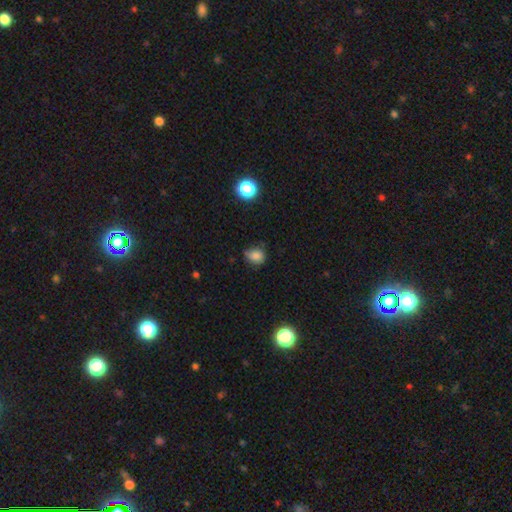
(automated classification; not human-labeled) Smooth or featured? Predicted: smooth (p=0.80). How rounded? Predicted: round (p=0.63). Merging? Predicted: none (p=0.59).